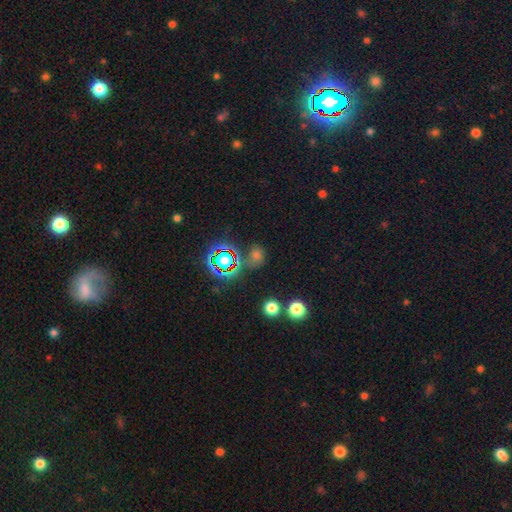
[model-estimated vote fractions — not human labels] A star or artifact, not a galaxy (52%).

Vote fractions:
- Smooth or featured? star or artifact: 52% / smooth: 39% / featured or disk: 9%